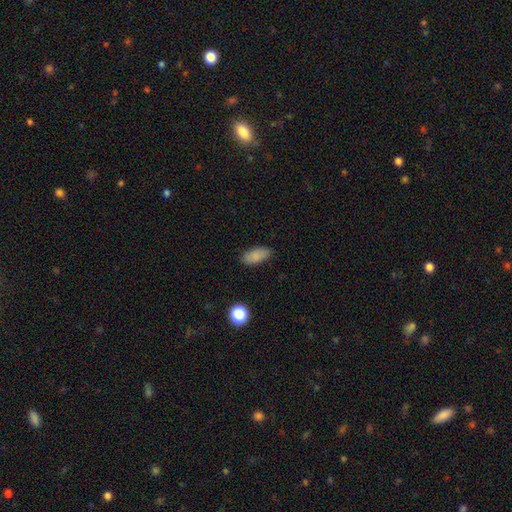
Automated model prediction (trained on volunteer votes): A smooth galaxy with no disk features (85%) that is in between round and cigar-shaped (87%). Merging: none (83%).